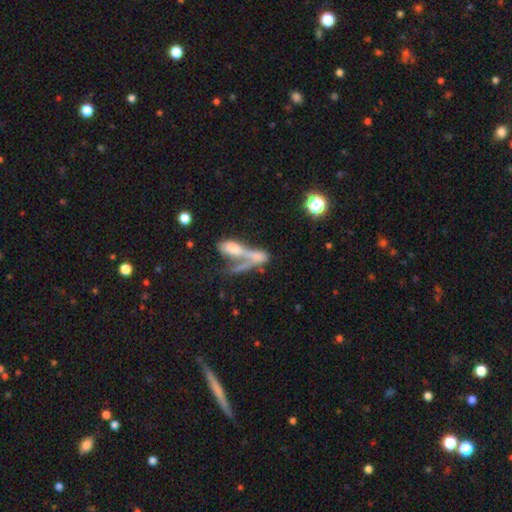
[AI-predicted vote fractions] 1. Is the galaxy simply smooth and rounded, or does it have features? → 52% smooth, 37% featured or disk, 11% star or artifact.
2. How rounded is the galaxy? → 55% cigar-shaped, 39% in between, 6% round.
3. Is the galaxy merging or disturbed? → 62% merger, 19% none, 12% major disturbance, 7% minor disturbance.